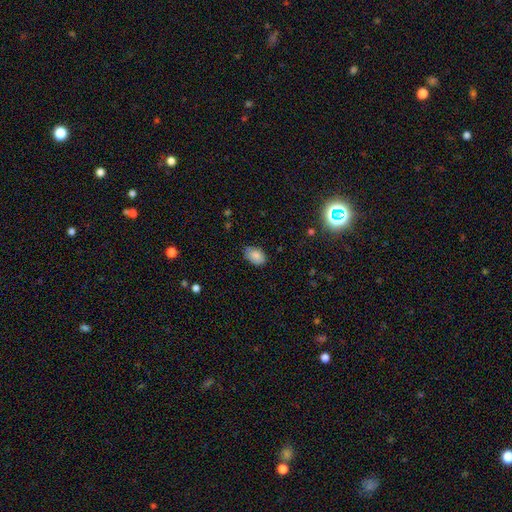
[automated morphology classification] Smooth or featured: smooth — 85% (star or artifact — 9%)
How rounded: in between — 87% (round — 12%)
Merging: none — 77% (minor disturbance — 19%)